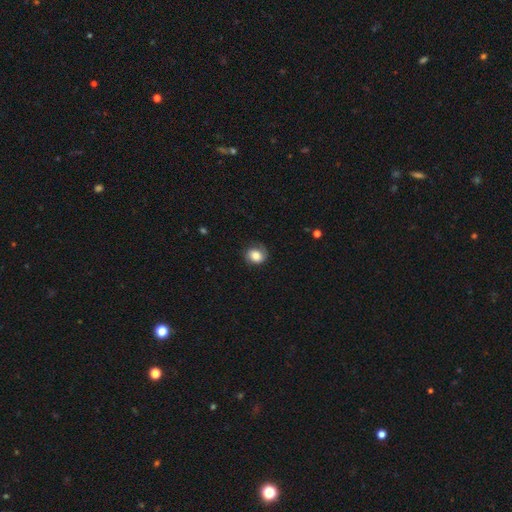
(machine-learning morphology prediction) Smooth or featured?
  - smooth: 75% *
  - featured or disk: 17%
  - star or artifact: 8%
How rounded?
  - round: 64% *
  - in between: 36%
  - cigar-shaped: 1%
Merging?
  - none: 68% *
  - minor disturbance: 22%
  - major disturbance: 8%
  - merger: 1%